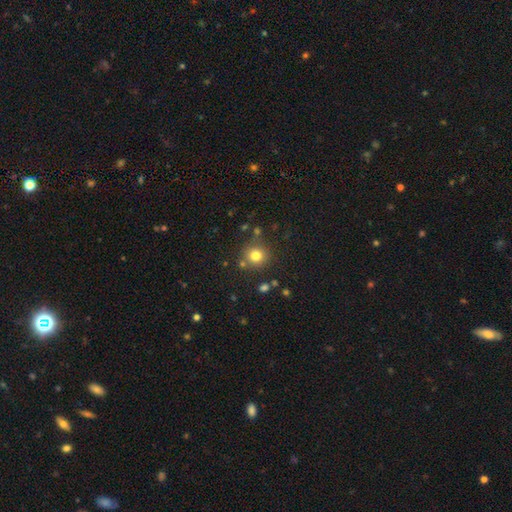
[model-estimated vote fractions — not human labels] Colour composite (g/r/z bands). It shows a smooth galaxy with no disk features (79%) that is round (91%). Merging: none (81%).